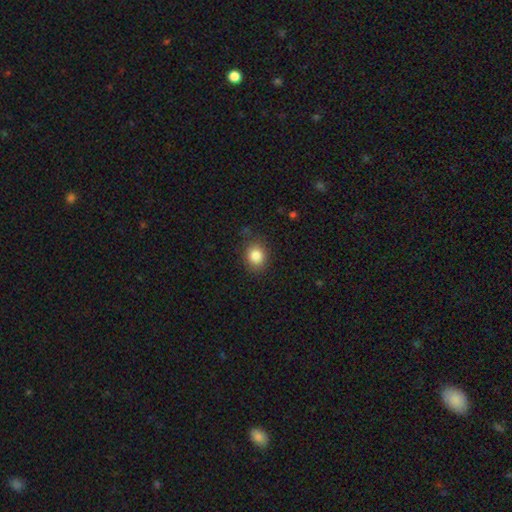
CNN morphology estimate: Smooth or featured? smooth (85%)
How rounded? round (68%)
Merging? none (85%)